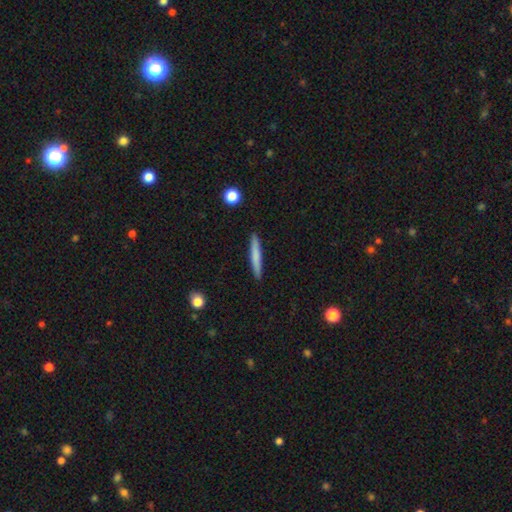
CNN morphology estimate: type=smooth (70%); roundness=cigar-shaped (96%); merging=none (91%).